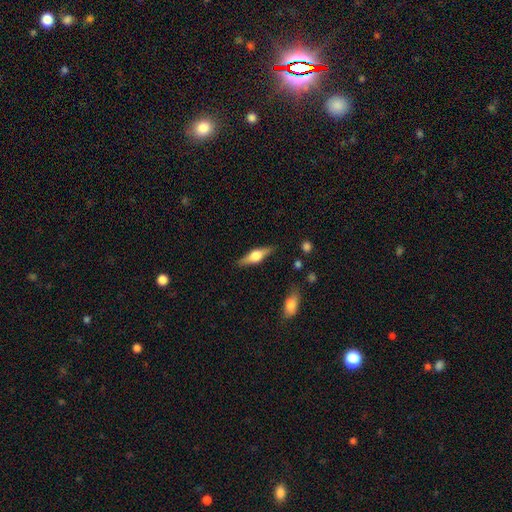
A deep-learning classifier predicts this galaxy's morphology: Overall: featured or disk (63%; smooth 31%). Edge-on disk: yes (96%). Edge-on bulge: rounded (93%). Merging: none (88%).